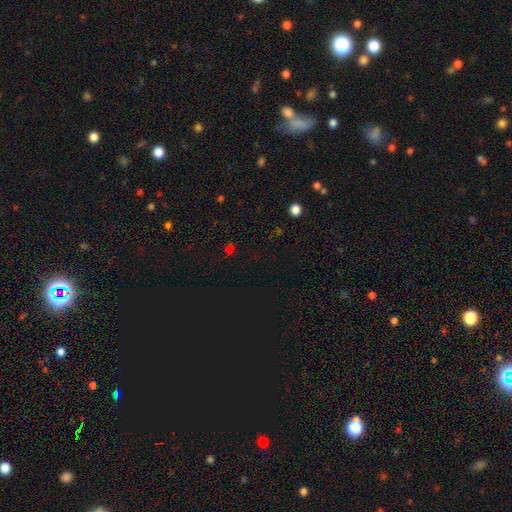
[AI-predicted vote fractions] The model was most divided on "smooth or featured": star or artifact: 58%, smooth: 35%, featured or disk: 6%.